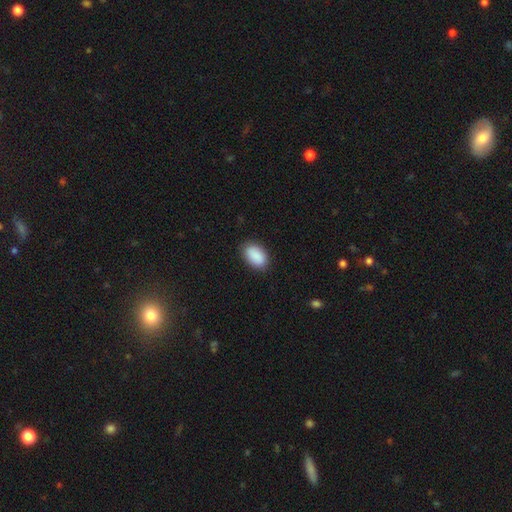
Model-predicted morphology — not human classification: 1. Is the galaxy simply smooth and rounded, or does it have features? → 91% smooth, 6% star or artifact, 3% featured or disk.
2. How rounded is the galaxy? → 93% in between, 6% round, 1% cigar-shaped.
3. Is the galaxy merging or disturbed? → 87% none, 10% minor disturbance, 2% major disturbance, 1% merger.